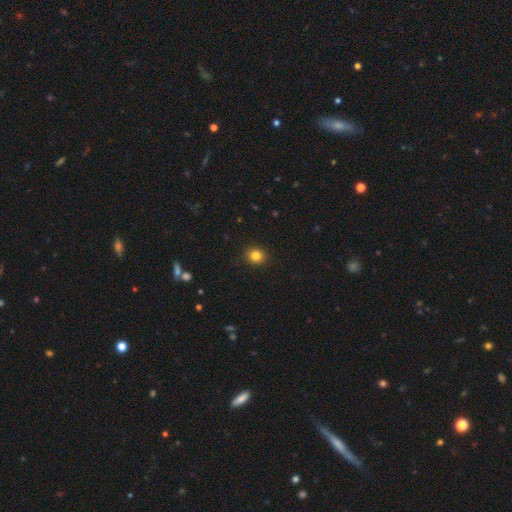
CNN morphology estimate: Overall: smooth (83%). How rounded: round (85%). Merging: none (92%).